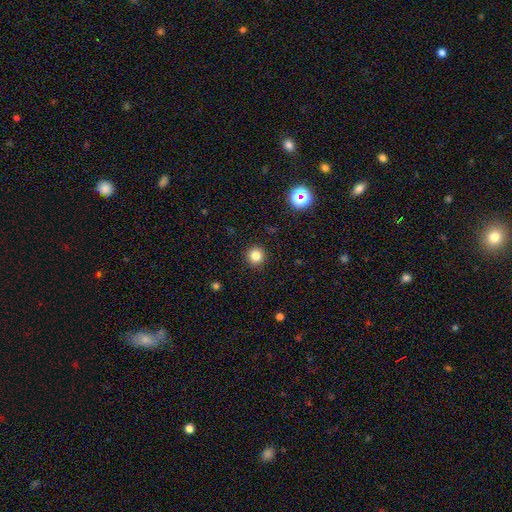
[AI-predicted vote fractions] The model was most divided on "smooth or featured": smooth: 82%, star or artifact: 13%, featured or disk: 6%. More confident: how rounded — round (95%); merging — none (92%).